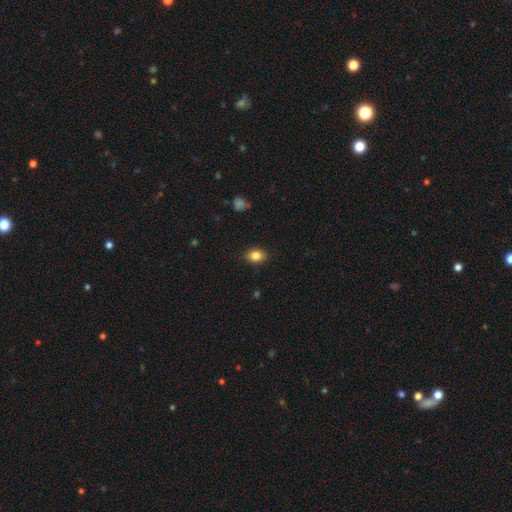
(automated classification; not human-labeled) smooth 84%, star or artifact 9%, featured or disk 7%. Down the decision tree: how rounded — in between (71%); merging — none (87%).